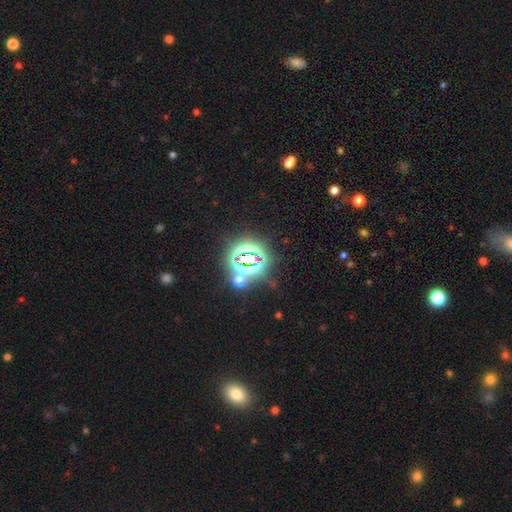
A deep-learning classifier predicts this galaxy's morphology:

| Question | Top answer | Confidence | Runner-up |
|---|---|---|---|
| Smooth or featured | star or artifact | 75% | smooth (16%) |